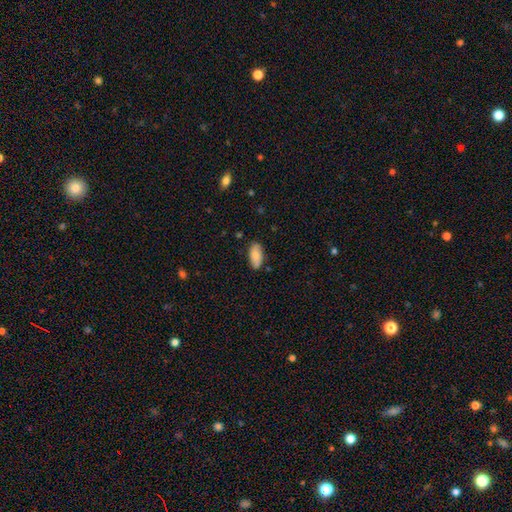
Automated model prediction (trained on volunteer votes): A smooth galaxy with no disk features (81%) that is in between round and cigar-shaped (91%). Merging: none (81%).